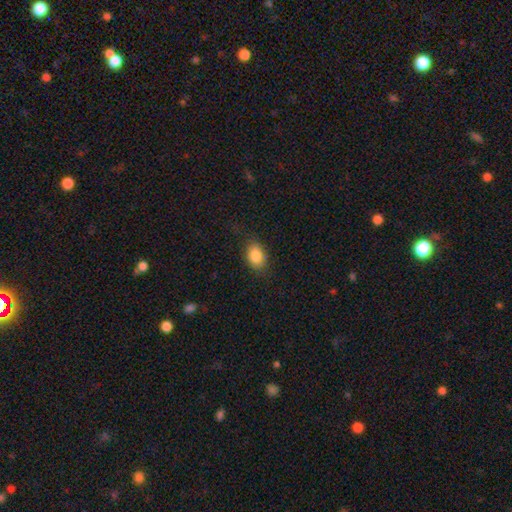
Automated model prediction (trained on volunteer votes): smooth_or_featured: smooth (p=0.86) [alt: star or artifact p=0.08]
how_rounded: in between (p=0.81) [alt: round p=0.18]
merging: none (p=0.81) [alt: minor disturbance p=0.14]